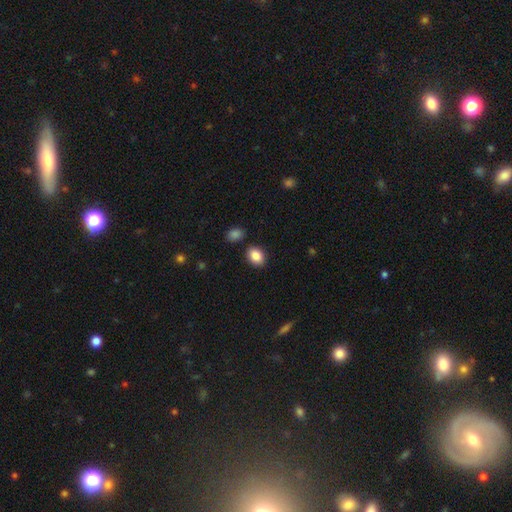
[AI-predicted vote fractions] A smooth galaxy with no disk features (87%) that is in between round and cigar-shaped (67%). Merging: none (86%).